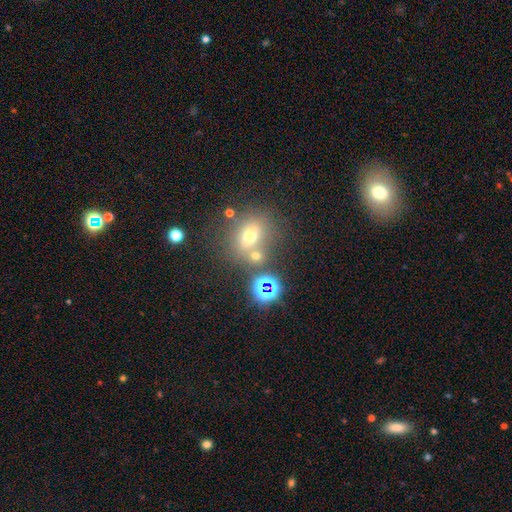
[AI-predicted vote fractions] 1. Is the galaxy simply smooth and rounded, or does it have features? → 59% smooth, 27% star or artifact, 14% featured or disk.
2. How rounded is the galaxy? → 63% round, 35% in between, 2% cigar-shaped.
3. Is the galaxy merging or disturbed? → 57% none, 26% merger, 11% minor disturbance, 6% major disturbance.